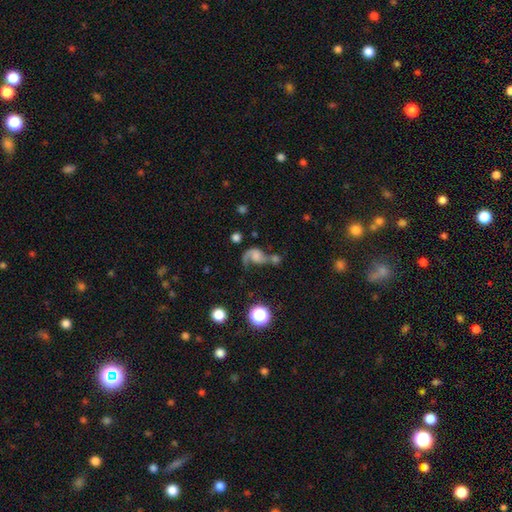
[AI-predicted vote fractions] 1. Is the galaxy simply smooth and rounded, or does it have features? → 64% featured or disk, 24% smooth, 13% star or artifact.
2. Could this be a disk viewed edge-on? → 97% no, 3% yes.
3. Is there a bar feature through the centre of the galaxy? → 65% no, 28% weak, 7% strong.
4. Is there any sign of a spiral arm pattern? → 89% yes, 11% no.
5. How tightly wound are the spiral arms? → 68% loose, 26% medium, 7% tight.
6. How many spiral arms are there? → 57% 2, 37% 1, 3% can't tell, 1% 3, 1% 4, 1% more than 4.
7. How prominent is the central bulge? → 38% none, 23% small, 20% moderate, 15% large, 4% dominant.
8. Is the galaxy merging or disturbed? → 33% merger, 27% none, 25% major disturbance, 14% minor disturbance.